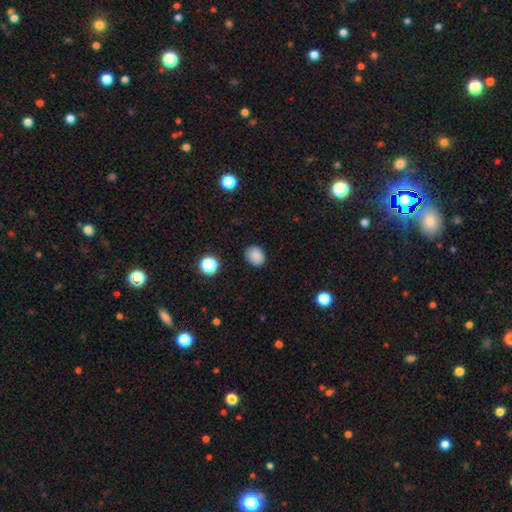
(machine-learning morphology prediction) type=smooth (85%); roundness=round (54%); merging=none (85%).